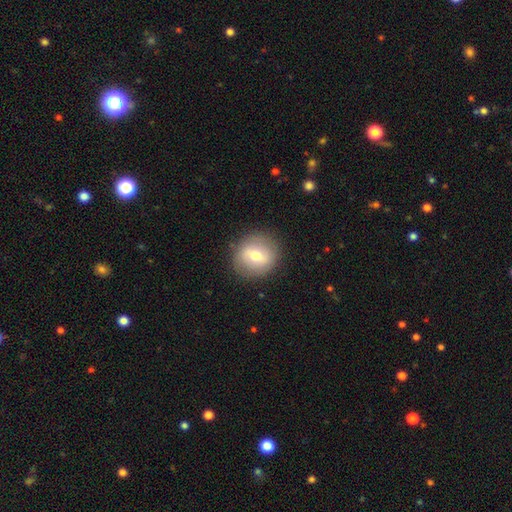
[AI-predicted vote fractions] This is possibly a smooth galaxy (57%). How rounded: clearly round (86%). Merging: clearly none (87%).